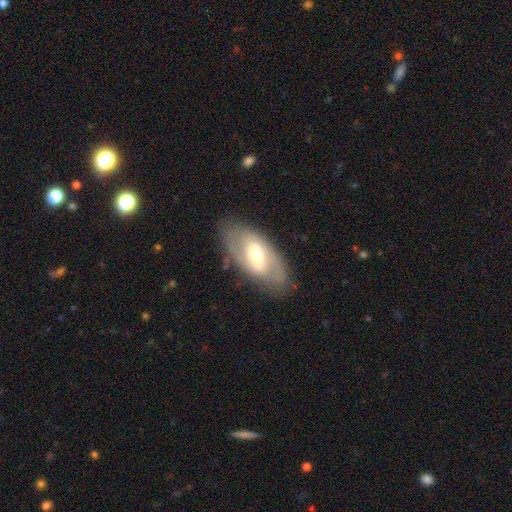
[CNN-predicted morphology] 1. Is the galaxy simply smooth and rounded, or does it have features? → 67% featured or disk, 27% smooth, 6% star or artifact.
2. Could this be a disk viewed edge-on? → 90% no, 10% yes.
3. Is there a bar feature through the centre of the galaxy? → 42% weak, 37% strong, 21% no.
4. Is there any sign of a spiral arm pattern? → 64% yes, 36% no.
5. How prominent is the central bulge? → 60% moderate, 31% small, 7% large, 1% dominant, 1% none.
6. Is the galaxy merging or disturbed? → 81% none, 13% minor disturbance, 5% major disturbance, 1% merger.